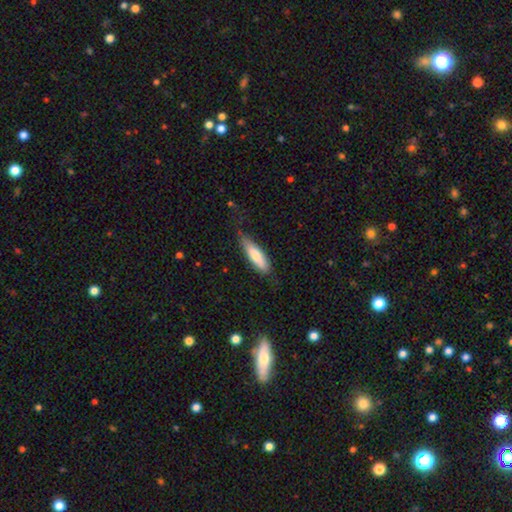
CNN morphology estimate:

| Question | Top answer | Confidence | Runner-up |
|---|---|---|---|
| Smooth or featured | smooth | 73% | featured or disk (22%) |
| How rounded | cigar-shaped | 56% | in between (42%) |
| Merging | none | 64% | minor disturbance (27%) |